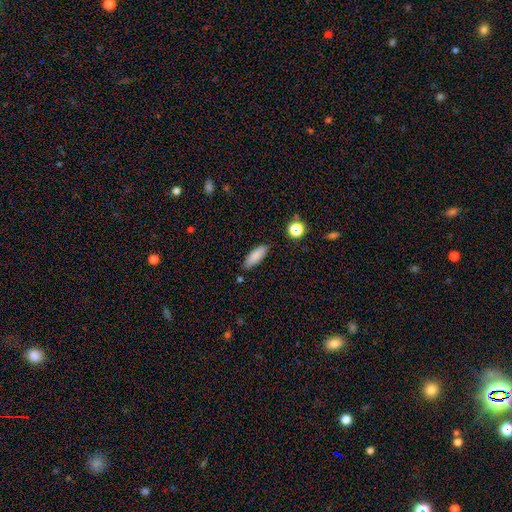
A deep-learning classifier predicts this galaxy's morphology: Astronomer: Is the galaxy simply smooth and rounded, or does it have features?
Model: smooth — 85%.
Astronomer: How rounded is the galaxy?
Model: in between — 61% (runner-up: cigar-shaped, 37%).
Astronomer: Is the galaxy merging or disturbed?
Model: none — 84%.